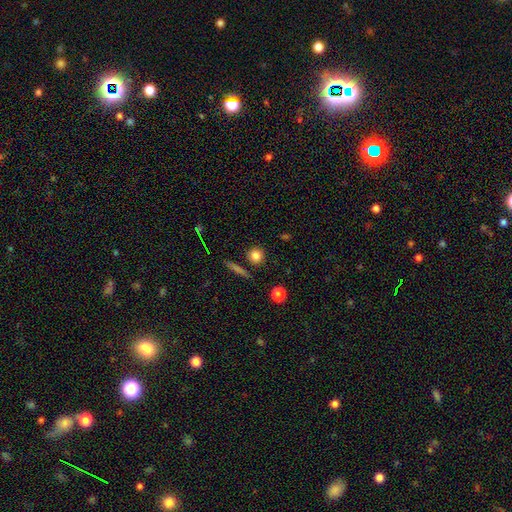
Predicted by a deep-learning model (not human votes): Smooth or featured: smooth — 81% (star or artifact — 11%)
How rounded: round — 90% (in between — 8%)
Merging: none — 85% (minor disturbance — 8%)